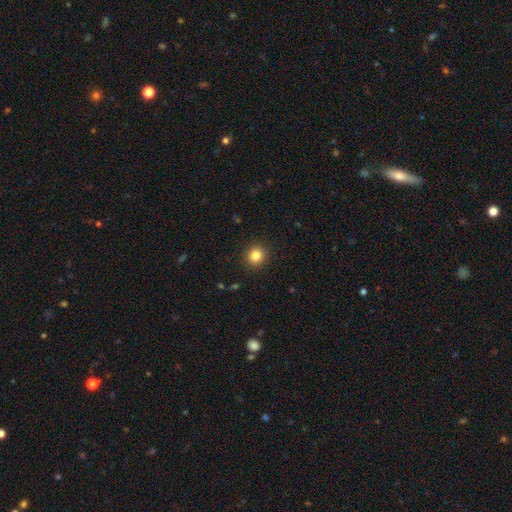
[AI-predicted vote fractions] Smooth or featured: smooth — 83% (star or artifact — 11%)
How rounded: round — 88% (in between — 11%)
Merging: none — 92% (minor disturbance — 6%)